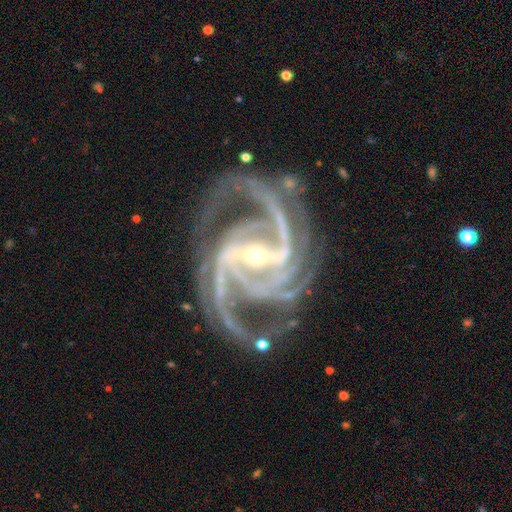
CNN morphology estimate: Smooth or featured? Predicted: featured or disk (p=0.94). Edge-on disk? Predicted: no (p=0.98). Bar? Predicted: strong (p=0.65). Spiral arms? Predicted: yes (p=0.99). Spiral winding? Predicted: medium (p=0.54). Spiral arm count? Predicted: 3 (p=0.35). Bulge size? Predicted: small (p=0.65). Merging? Predicted: none (p=0.70).